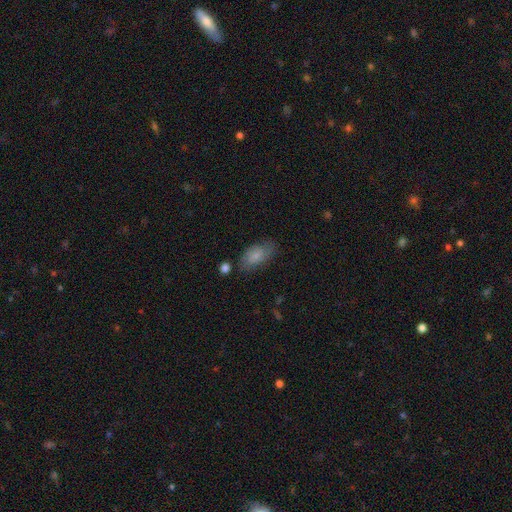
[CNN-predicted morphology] Smooth or featured?
  - smooth: 74% *
  - featured or disk: 19%
  - star or artifact: 7%
How rounded?
  - in between: 91% *
  - cigar-shaped: 5%
  - round: 4%
Merging?
  - none: 70% *
  - minor disturbance: 21%
  - major disturbance: 6%
  - merger: 4%